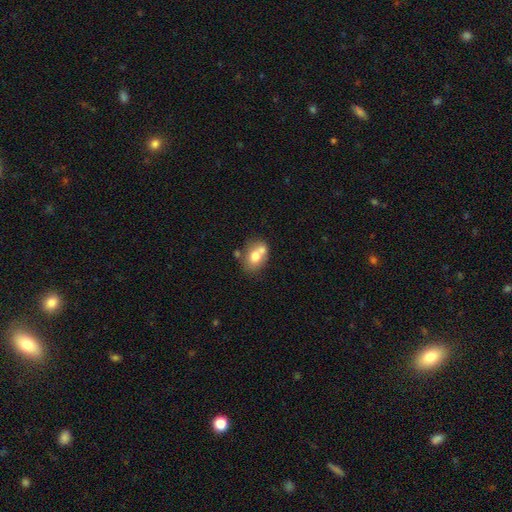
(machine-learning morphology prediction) A smooth galaxy with no disk features (67%) that is in between round and cigar-shaped (65%).

Vote fractions:
- Smooth or featured? smooth: 67% / featured or disk: 23% / star or artifact: 9%
- How rounded? in between: 65% / round: 34% / cigar-shaped: 1%
- Merging? merger: 41% / none: 40% / minor disturbance: 14% / major disturbance: 5%